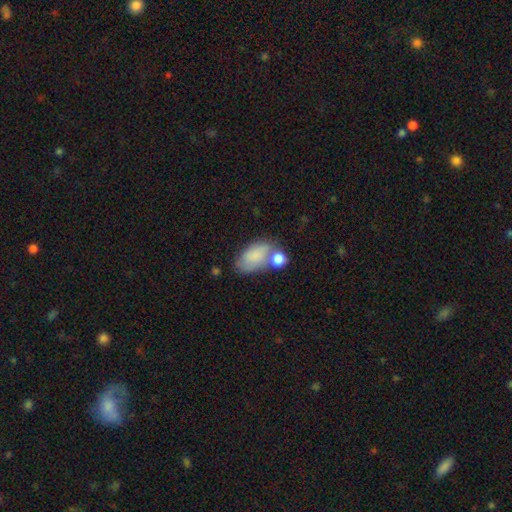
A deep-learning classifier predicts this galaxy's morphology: Smooth or featured? Predicted: smooth (p=0.77). How rounded? Predicted: in between (p=0.90). Merging? Predicted: none (p=0.41).